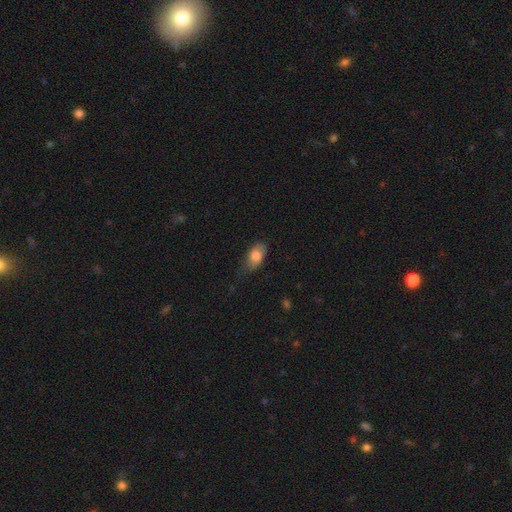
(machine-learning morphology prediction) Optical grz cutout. It shows a smooth galaxy with no disk features (79%) that is in between round and cigar-shaped (90%). Merging: none (51%).